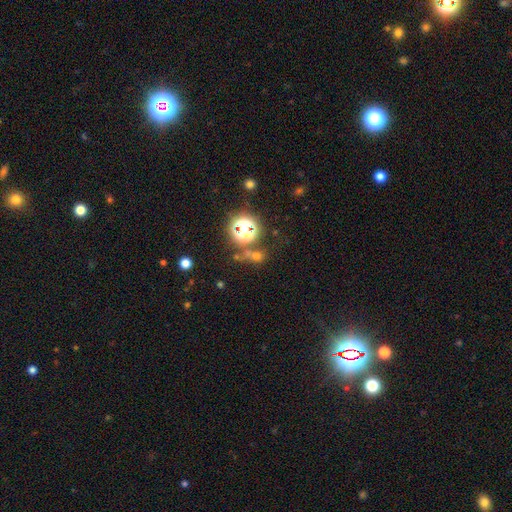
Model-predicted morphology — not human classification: This is possibly a smooth galaxy (51%). How rounded: likely round (71%). Merging: likely none (62%).